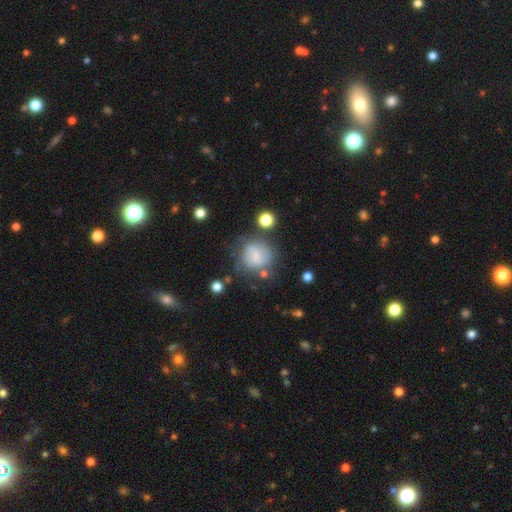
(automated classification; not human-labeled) Q: Smooth or featured?
A: smooth (55%); runner-up: featured or disk (36%)
Q: How rounded?
A: round (82%); runner-up: in between (17%)
Q: Merging?
A: none (55%); runner-up: minor disturbance (22%)